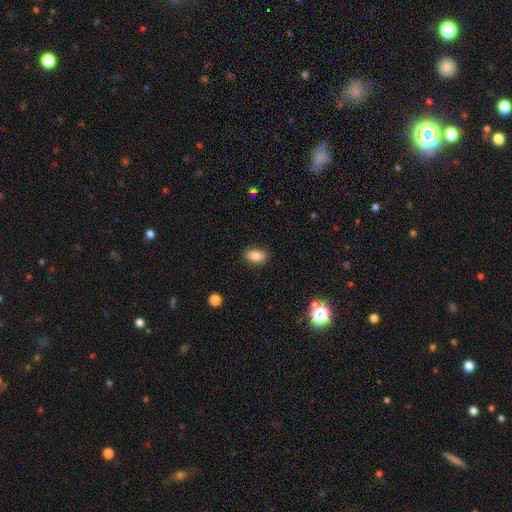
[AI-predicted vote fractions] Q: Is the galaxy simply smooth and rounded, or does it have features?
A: smooth — 80%.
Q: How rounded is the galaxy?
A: in between — 86%.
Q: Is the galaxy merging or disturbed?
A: none — 82%.